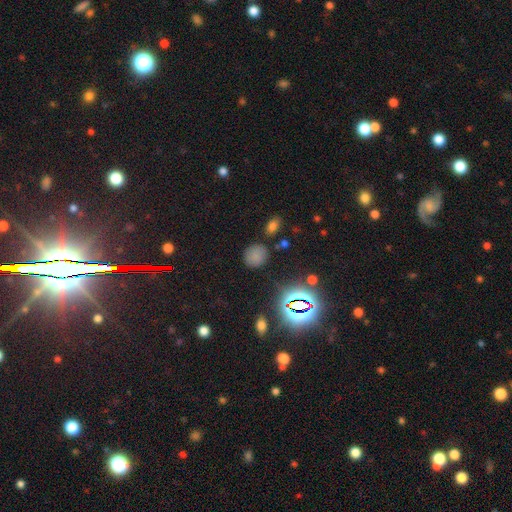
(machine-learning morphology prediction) This appears to be a smooth galaxy with no disk features (72%) that is round (75%). Merging: none (79%).